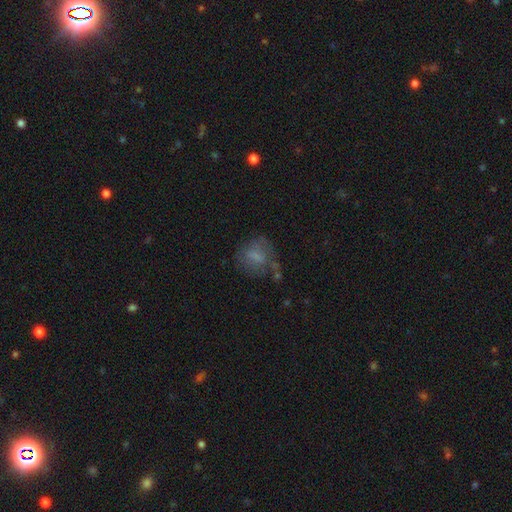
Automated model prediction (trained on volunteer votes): Smooth or featured? smooth (56%)
How rounded? round (60%)
Merging? none (44%)